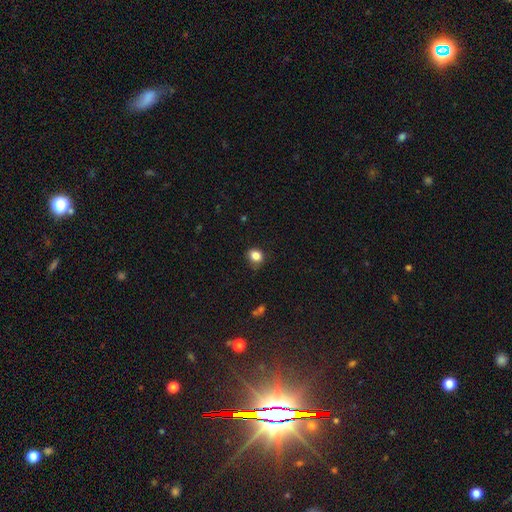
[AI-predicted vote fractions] A smooth galaxy with no disk features (84%) that is round (66%). Merging: none (73%).